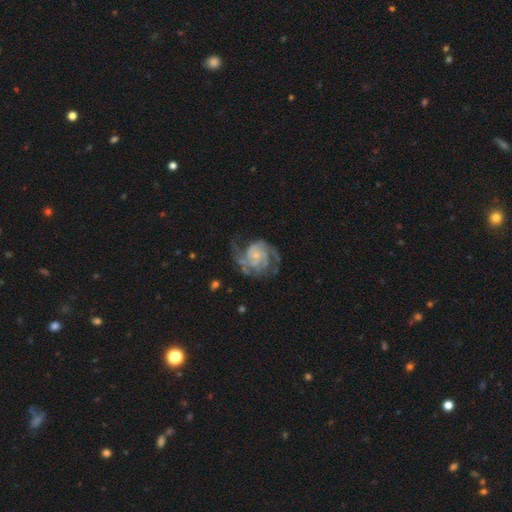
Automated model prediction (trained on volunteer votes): Smooth or featured?
  - featured or disk: 90% *
  - smooth: 6%
  - star or artifact: 5%
Edge-on disk?
  - no: 98% *
  - yes: 2%
Bar?
  - no: 68% *
  - weak: 26%
  - strong: 5%
Spiral arms?
  - yes: 97% *
  - no: 3%
Spiral winding?
  - medium: 44% * (tied)
  - tight: 44% * (tied)
  - loose: 12%
Spiral arm count?
  - 2: 41% *
  - 3: 27%
  - can't tell: 13%
  - 4: 8%
  - 1: 5%
  - more than 4: 5%
Bulge size?
  - small: 70% *
  - moderate: 18%
  - none: 9%
  - large: 2%
  - dominant: 1%
Merging?
  - none: 60% *
  - minor disturbance: 19%
  - major disturbance: 18%
  - merger: 2%